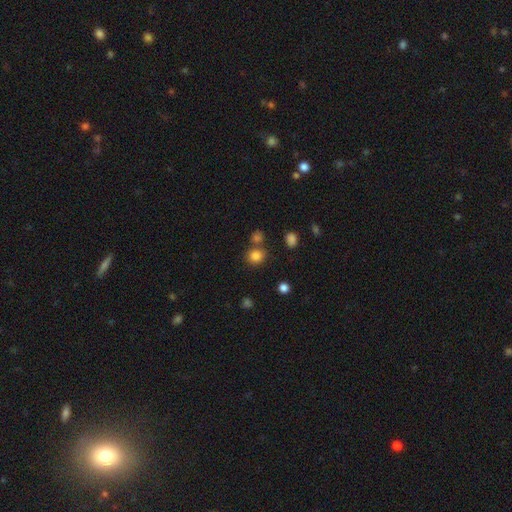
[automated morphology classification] Smooth or featured? smooth (82%)
How rounded? round (79%)
Merging? none (70%)